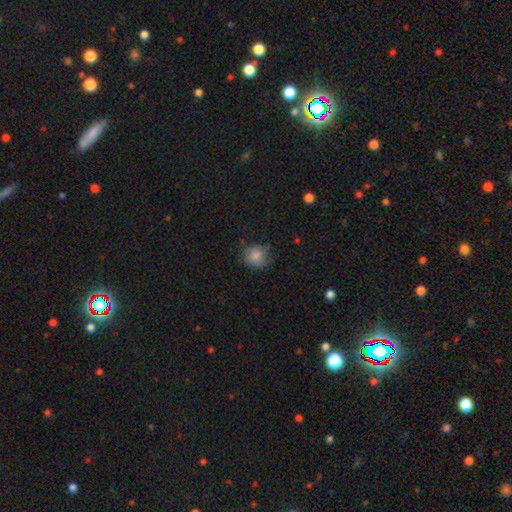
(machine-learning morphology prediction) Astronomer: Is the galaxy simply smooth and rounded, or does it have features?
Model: smooth — 82%.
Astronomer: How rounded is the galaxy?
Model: round — 83%.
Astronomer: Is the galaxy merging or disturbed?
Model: none — 68%.